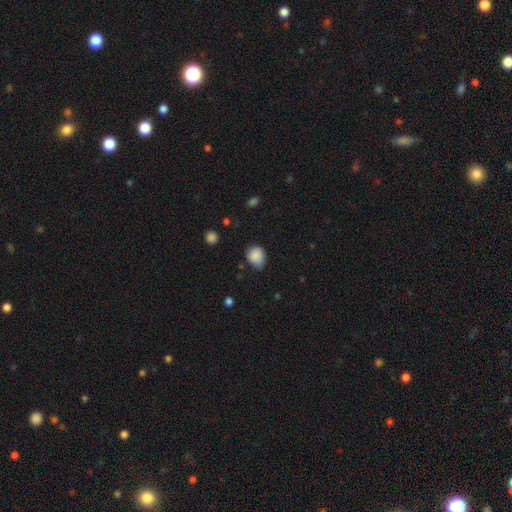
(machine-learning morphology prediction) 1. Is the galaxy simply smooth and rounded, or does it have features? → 86% smooth, 9% star or artifact, 5% featured or disk.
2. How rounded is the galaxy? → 56% round, 43% in between, 1% cigar-shaped.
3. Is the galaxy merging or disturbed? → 59% none, 33% minor disturbance, 6% major disturbance, 2% merger.